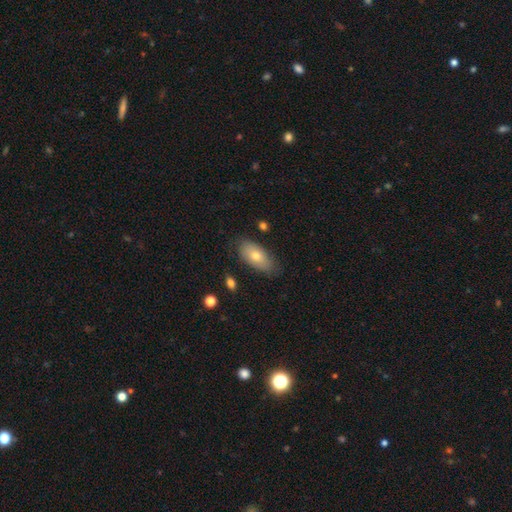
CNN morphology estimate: Smooth or featured? Predicted: smooth (p=0.73). How rounded? Predicted: in between (p=0.90). Merging? Predicted: none (p=0.78).